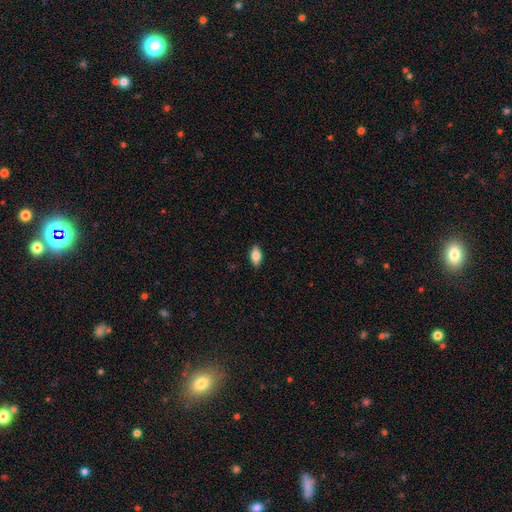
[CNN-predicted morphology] type=smooth (78%); roundness=in between (89%); merging=none (88%).